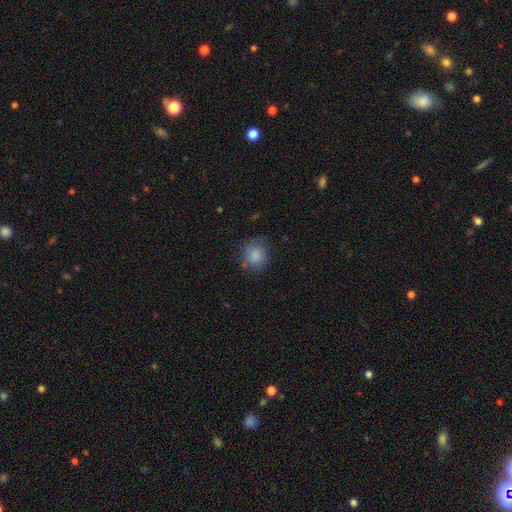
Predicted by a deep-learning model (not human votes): This is clearly a smooth galaxy (84%). How rounded: clearly round (83%). Merging: likely none (73%).